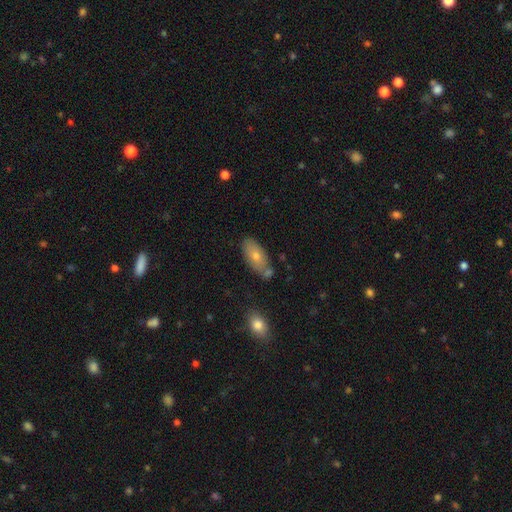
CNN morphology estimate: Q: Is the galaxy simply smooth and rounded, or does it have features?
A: smooth — 67%.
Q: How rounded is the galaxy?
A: in between — 88%.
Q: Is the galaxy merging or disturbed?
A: none — 71%.